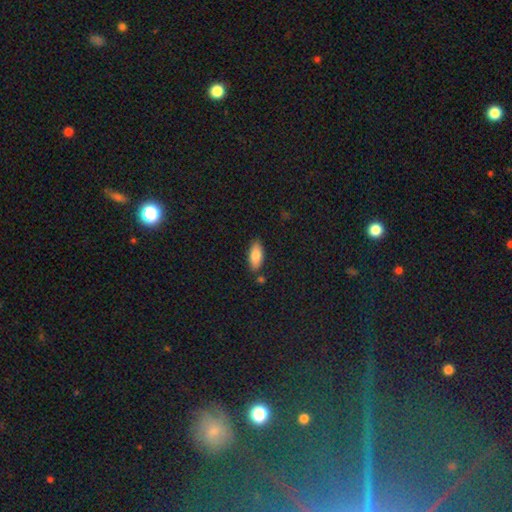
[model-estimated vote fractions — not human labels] A smooth galaxy with no disk features (83%) that is in between round and cigar-shaped (86%). Merging: none (82%).